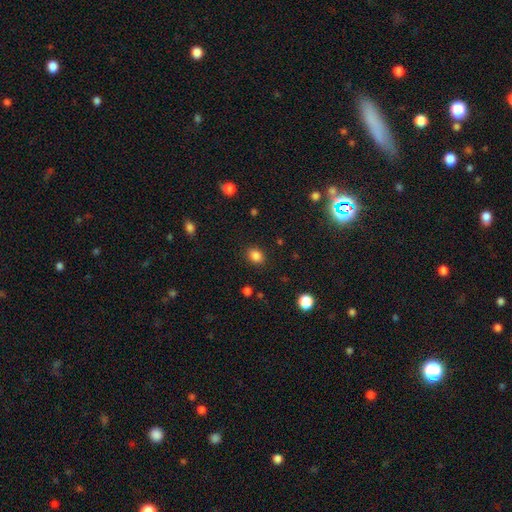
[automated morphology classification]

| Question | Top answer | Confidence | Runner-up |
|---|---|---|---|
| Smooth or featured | smooth | 85% | star or artifact (11%) |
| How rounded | in between | 58% | round (41%) |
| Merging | none | 87% | minor disturbance (9%) |